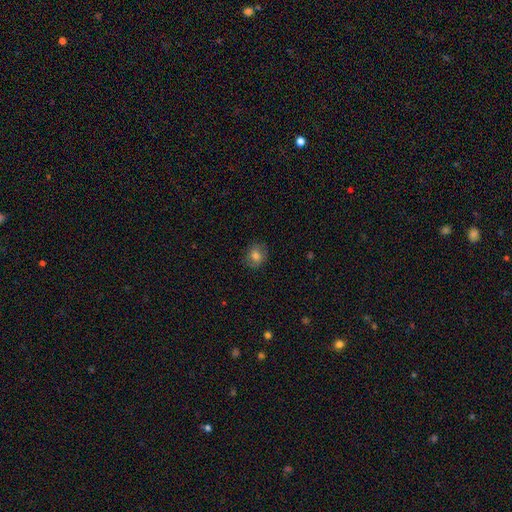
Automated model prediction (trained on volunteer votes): The model was most divided on "how rounded": round: 69%, in between: 30%, cigar-shaped: 1%. More confident: merging — none (83%); smooth or featured — smooth (77%).